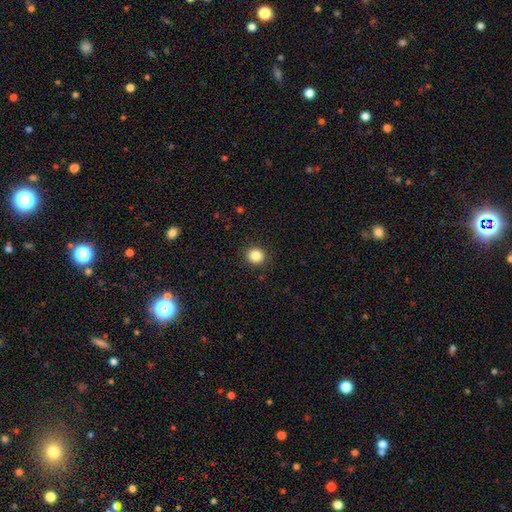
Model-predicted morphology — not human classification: Overall: smooth (85%). How rounded: round (86%). Merging: none (91%).